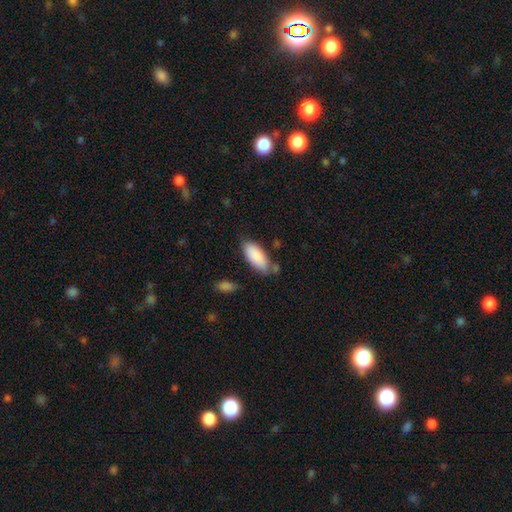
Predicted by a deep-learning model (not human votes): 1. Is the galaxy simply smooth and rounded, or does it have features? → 88% smooth, 7% featured or disk, 6% star or artifact.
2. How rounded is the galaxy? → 83% in between, 15% cigar-shaped, 2% round.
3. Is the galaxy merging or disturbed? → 68% none, 21% minor disturbance, 6% merger, 5% major disturbance.